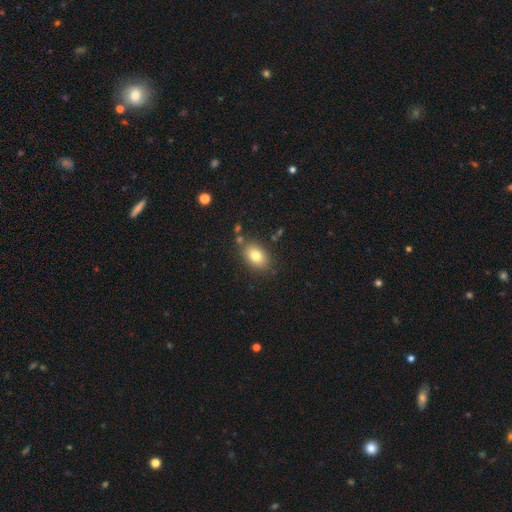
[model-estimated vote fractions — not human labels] Q: Smooth or featured?
A: smooth (79%); runner-up: featured or disk (12%)
Q: How rounded?
A: in between (82%); runner-up: round (16%)
Q: Merging?
A: none (79%); runner-up: minor disturbance (12%)